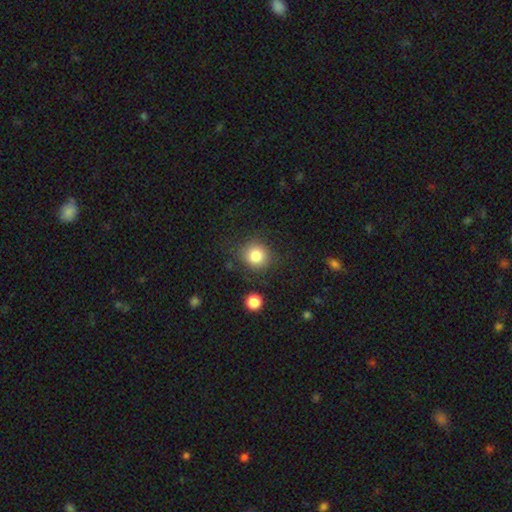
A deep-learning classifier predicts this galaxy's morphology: Overall: smooth (82%). How rounded: round (86%). Merging: none (80%).